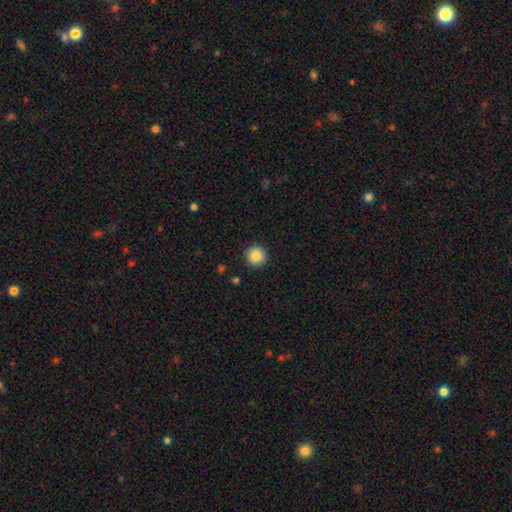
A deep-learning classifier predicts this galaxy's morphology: Smooth or featured? Predicted: smooth (p=0.87). How rounded? Predicted: round (p=0.96). Merging? Predicted: none (p=0.92).